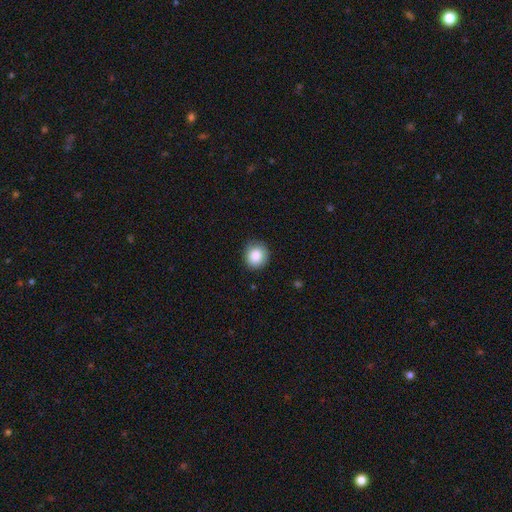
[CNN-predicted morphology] type=smooth (86%); roundness=round (84%); merging=none (83%).